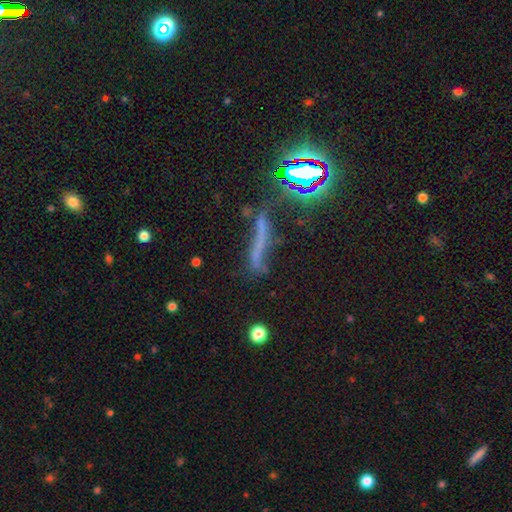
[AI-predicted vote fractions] Smooth or featured? smooth (38%)
Merging? none (47%)